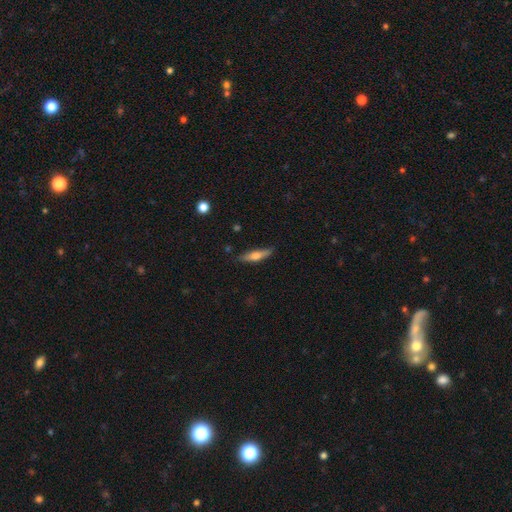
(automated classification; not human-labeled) Smooth or featured? smooth (51%)
How rounded? cigar-shaped (76%)
Merging? none (80%)